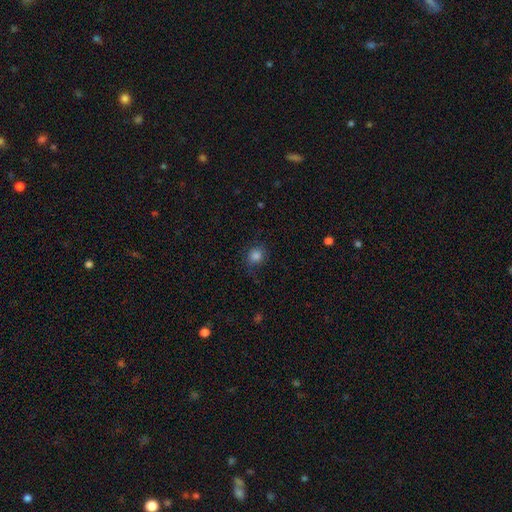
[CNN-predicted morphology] Smooth or featured?
  - smooth: 84% *
  - star or artifact: 11%
  - featured or disk: 5%
How rounded?
  - round: 84% *
  - in between: 15%
  - cigar-shaped: 1%
Merging?
  - none: 77% *
  - minor disturbance: 16%
  - major disturbance: 5%
  - merger: 1%